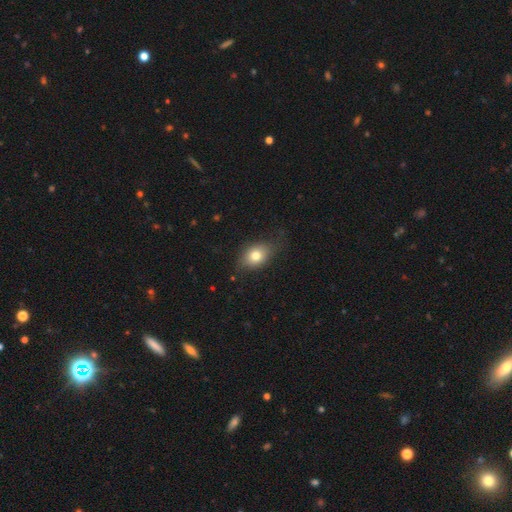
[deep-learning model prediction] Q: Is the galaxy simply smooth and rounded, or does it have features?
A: smooth — 77%.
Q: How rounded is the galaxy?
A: in between — 72%.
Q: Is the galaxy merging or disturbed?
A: none — 70%.